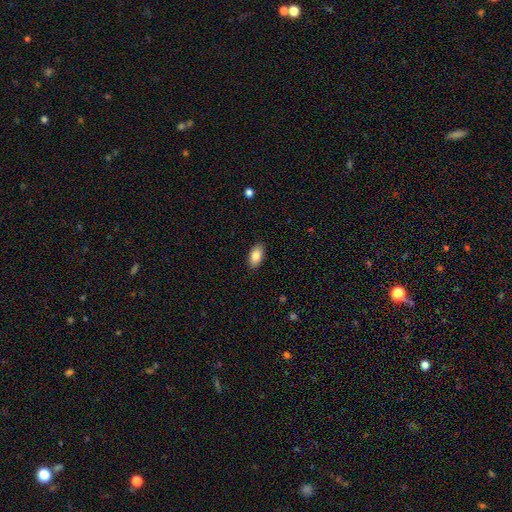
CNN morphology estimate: smooth 87%, star or artifact 7%, featured or disk 6%. Down the decision tree: how rounded — in between (93%); merging — none (87%).